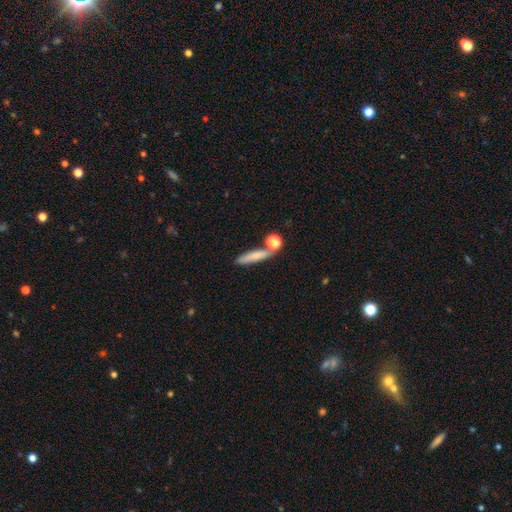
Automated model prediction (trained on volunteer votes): smooth 74%, featured or disk 18%, star or artifact 9%. Down the decision tree: how rounded — cigar-shaped (71%); merging — none (65%).